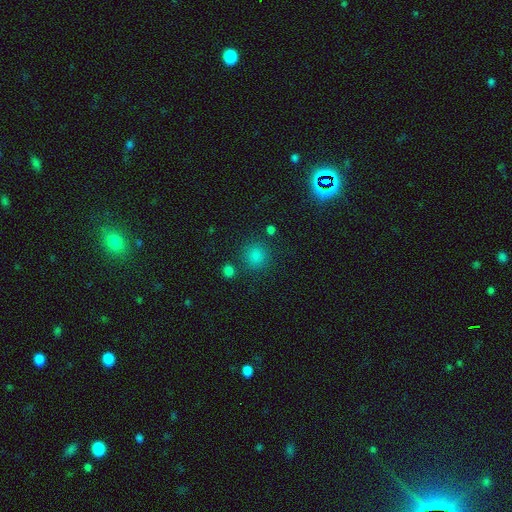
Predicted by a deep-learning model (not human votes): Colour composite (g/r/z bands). It shows a smooth galaxy with no disk features (67%) that is round (91%). Merging: none (82%).